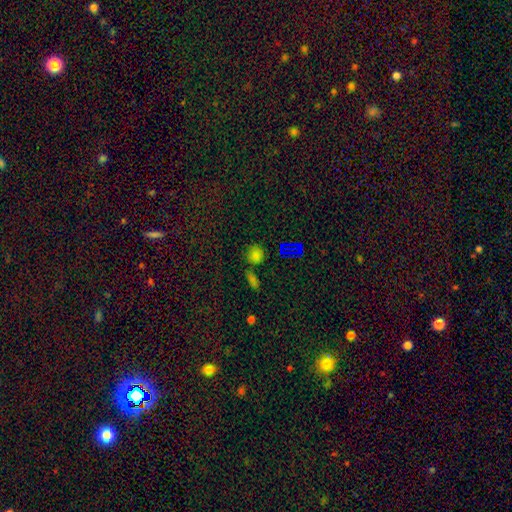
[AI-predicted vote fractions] Q: Smooth or featured?
A: smooth (65%); runner-up: star or artifact (27%)
Q: How rounded?
A: round (78%); runner-up: in between (20%)
Q: Merging?
A: none (70%); runner-up: merger (14%)